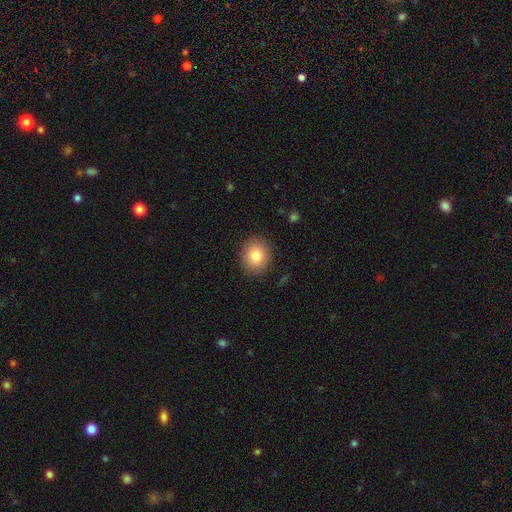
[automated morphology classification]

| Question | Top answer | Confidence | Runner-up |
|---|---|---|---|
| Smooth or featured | smooth | 84% | star or artifact (9%) |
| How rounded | round | 74% | in between (25%) |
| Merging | none | 89% | minor disturbance (8%) |